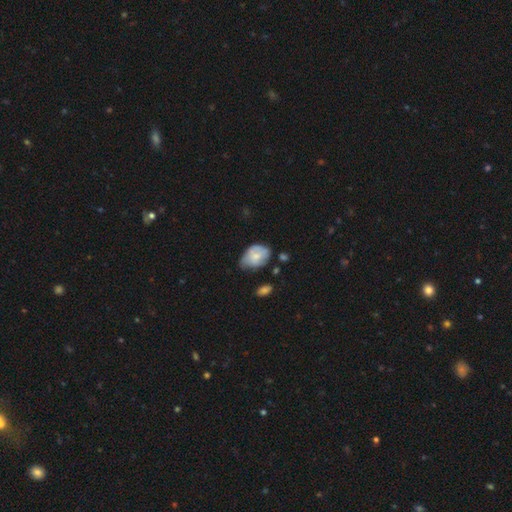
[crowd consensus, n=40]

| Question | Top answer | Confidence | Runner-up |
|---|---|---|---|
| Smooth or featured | smooth | 68% | featured or disk (25%) |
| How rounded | in between | 93% | round (7%) |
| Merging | minor disturbance | 54% | none (24%) |